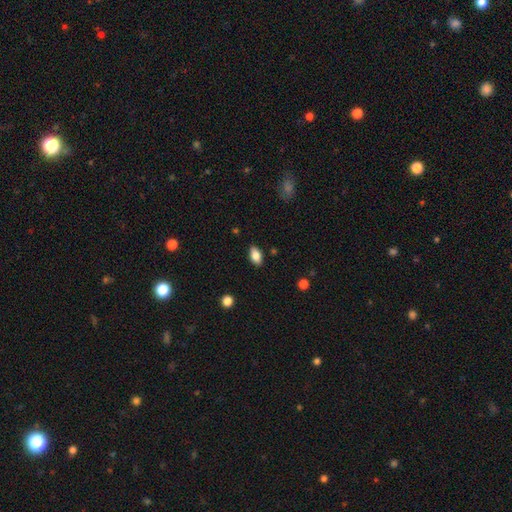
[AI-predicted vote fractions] Smooth or featured? smooth (84%)
How rounded? in between (91%)
Merging? none (87%)